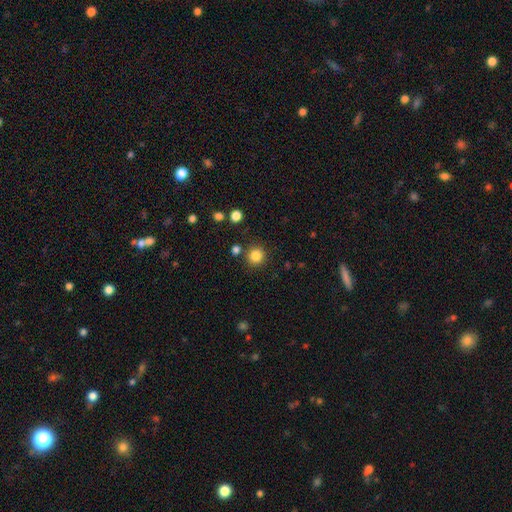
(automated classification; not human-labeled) A smooth galaxy with no disk features (84%) that is round (93%). Merging: none (86%).